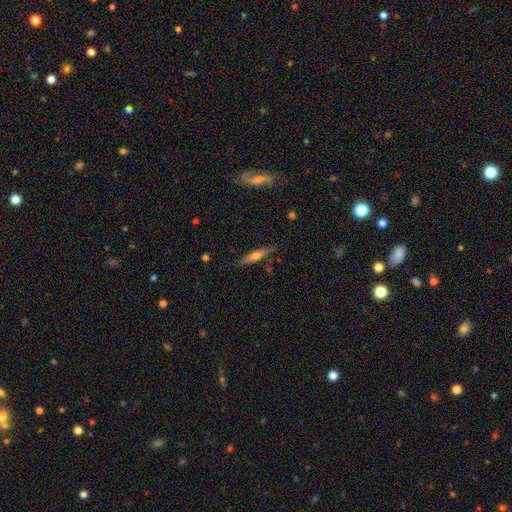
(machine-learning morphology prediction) A featured or disk galaxy (55%) viewed edge-on (94%) with a rounded central bulge (82%).

Vote fractions:
- Smooth or featured? featured or disk: 55% / smooth: 38% / star or artifact: 7%
- Edge-on disk? yes: 94% / no: 6%
- Edge-on bulge? rounded: 82% / none: 12% / boxy: 6%
- Merging? none: 85% / minor disturbance: 11% / major disturbance: 2% / merger: 2%